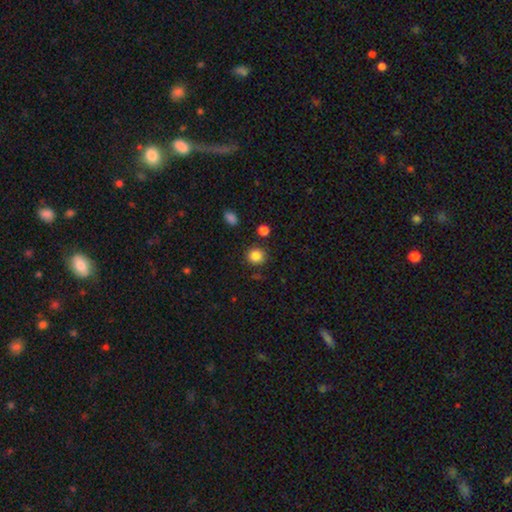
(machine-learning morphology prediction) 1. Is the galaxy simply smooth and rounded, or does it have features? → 85% smooth, 11% star or artifact, 4% featured or disk.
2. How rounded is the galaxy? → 88% round, 11% in between, 1% cigar-shaped.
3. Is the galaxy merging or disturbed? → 85% none, 8% minor disturbance, 4% merger, 3% major disturbance.